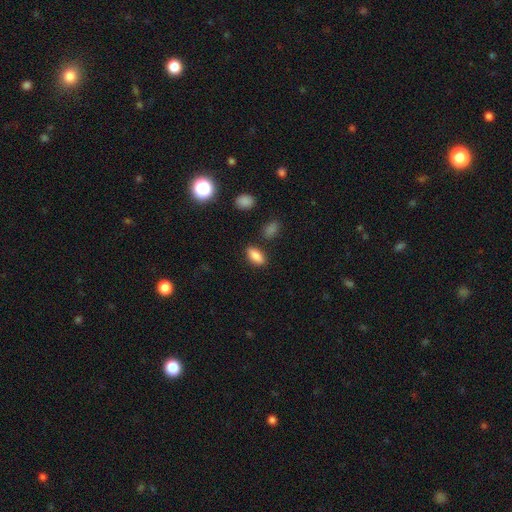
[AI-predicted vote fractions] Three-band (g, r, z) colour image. It shows a smooth galaxy with no disk features (86%) that is in between round and cigar-shaped (87%). Merging: none (84%).